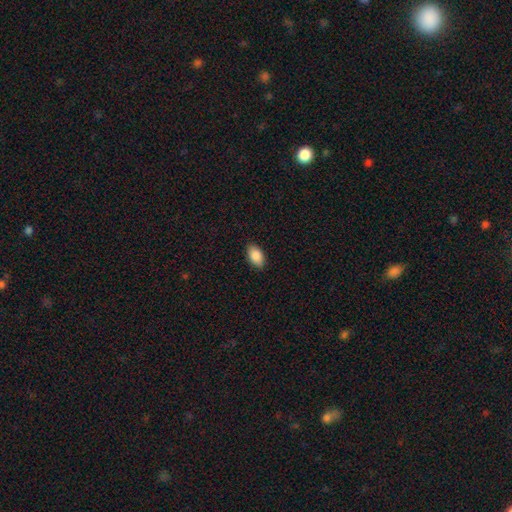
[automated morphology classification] This appears to be a smooth galaxy with no disk features (88%) that is in between round and cigar-shaped (93%). Merging: none (88%).